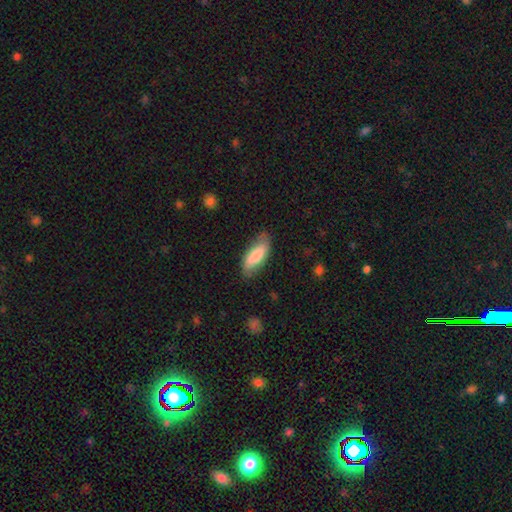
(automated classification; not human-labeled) Smooth or featured: smooth — 72% (featured or disk — 22%)
How rounded: in between — 71% (cigar-shaped — 27%)
Merging: none — 75% (minor disturbance — 19%)